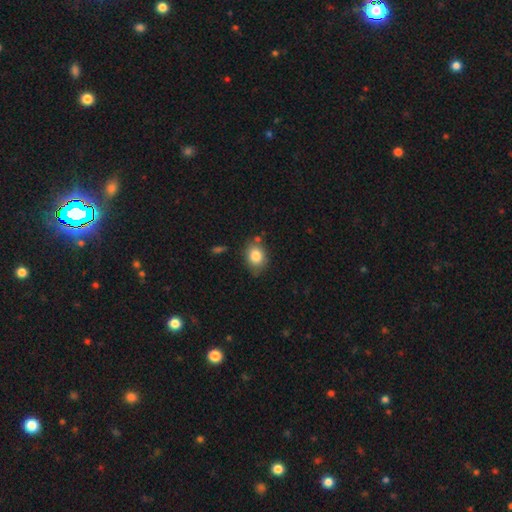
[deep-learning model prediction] smooth-or-featured: smooth: 83% | star or artifact: 9% | featured or disk: 8%
  how-rounded: round: 50% | in between: 49% | cigar-shaped: 1%
  merging: none: 74% | minor disturbance: 17% | merger: 5% | major disturbance: 4%